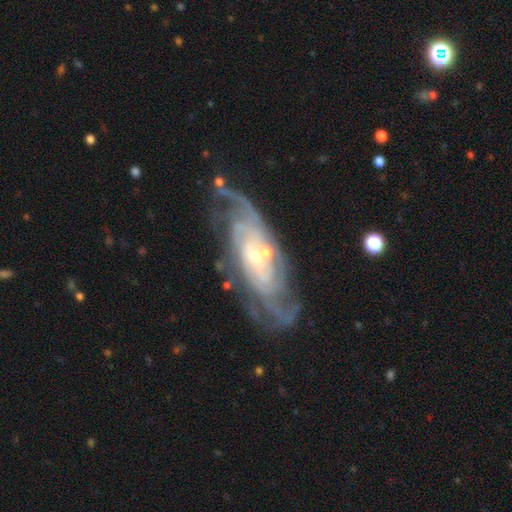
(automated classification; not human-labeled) featured or disk 88%, star or artifact 6%, smooth 6%. Down the decision tree: edge-on disk — no (92%); bar — no (58%); spiral arms — yes (96%); spiral arm count — can't tell (33%); spiral winding — tight (61%); bulge size — small (65%); merging — none (64%).